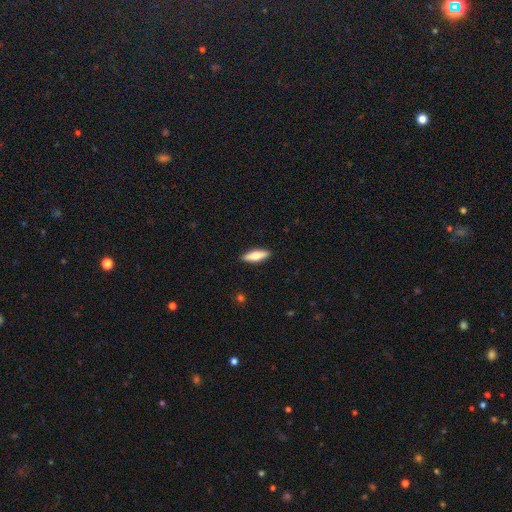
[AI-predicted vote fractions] smooth-or-featured: smooth: 65% | featured or disk: 29% | star or artifact: 6%
  how-rounded: cigar-shaped: 49% (tied) | in between: 49% (tied) | round: 2%
  merging: none: 90% | minor disturbance: 7% | major disturbance: 2% | merger: 1%